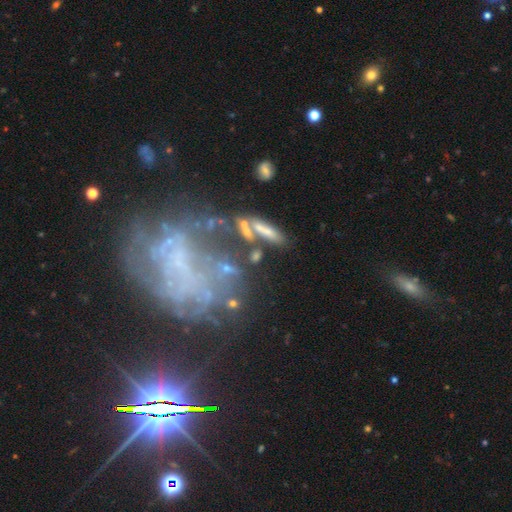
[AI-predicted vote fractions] This appears to be a smooth galaxy with no disk features (48%). Merging: none (57%).